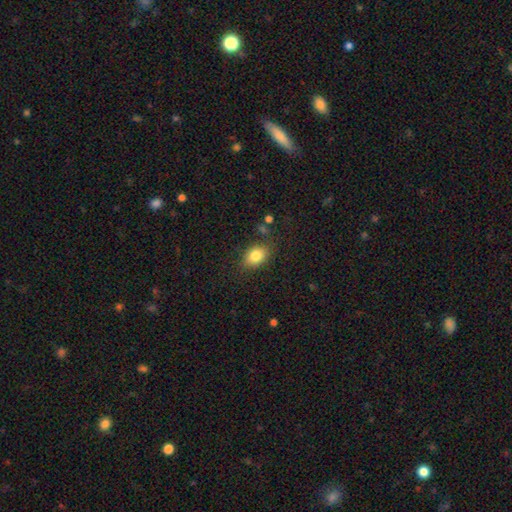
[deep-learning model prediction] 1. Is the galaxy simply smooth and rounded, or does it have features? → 82% smooth, 9% star or artifact, 9% featured or disk.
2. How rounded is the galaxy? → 75% in between, 23% round, 1% cigar-shaped.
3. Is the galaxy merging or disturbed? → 81% none, 13% minor disturbance, 4% major disturbance, 2% merger.